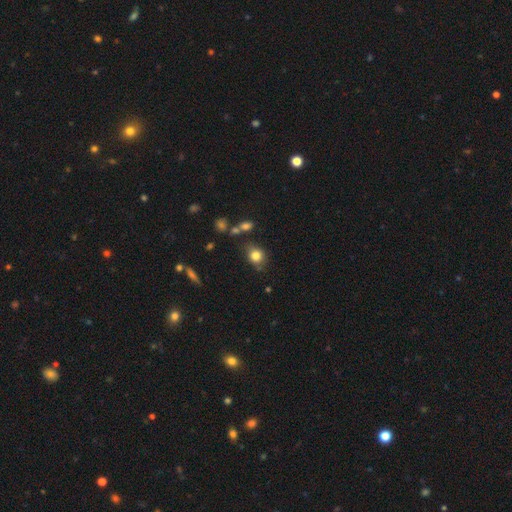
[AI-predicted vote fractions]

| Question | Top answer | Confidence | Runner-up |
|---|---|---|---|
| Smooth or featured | smooth | 81% | star or artifact (11%) |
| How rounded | round | 63% | in between (36%) |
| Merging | none | 70% | minor disturbance (19%) |